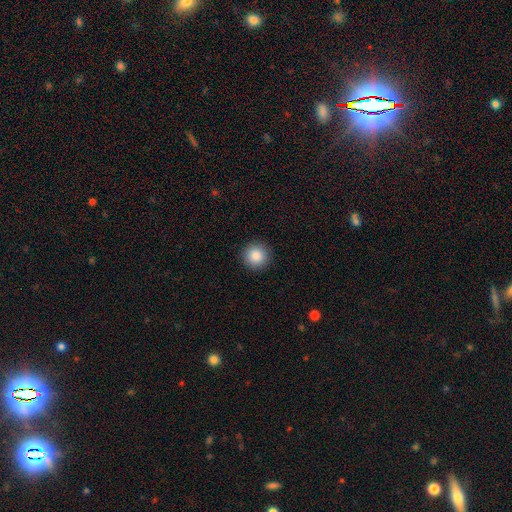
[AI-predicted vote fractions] Smooth or featured? Predicted: smooth (p=0.87). How rounded? Predicted: round (p=0.96). Merging? Predicted: none (p=0.92).